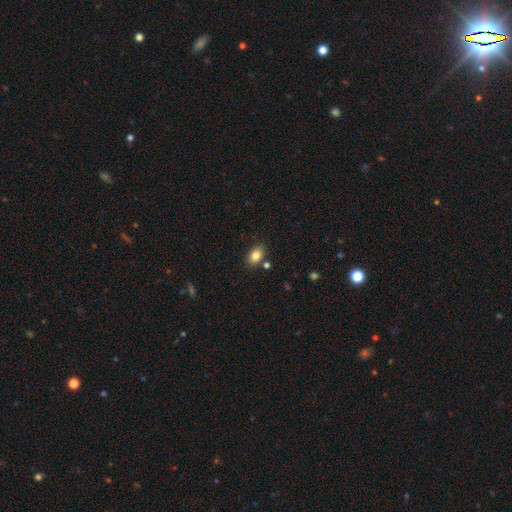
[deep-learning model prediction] smooth_or_featured: smooth (p=0.84) [alt: star or artifact p=0.09]
how_rounded: in between (p=0.83) [alt: round p=0.16]
merging: none (p=0.81) [alt: minor disturbance p=0.11]